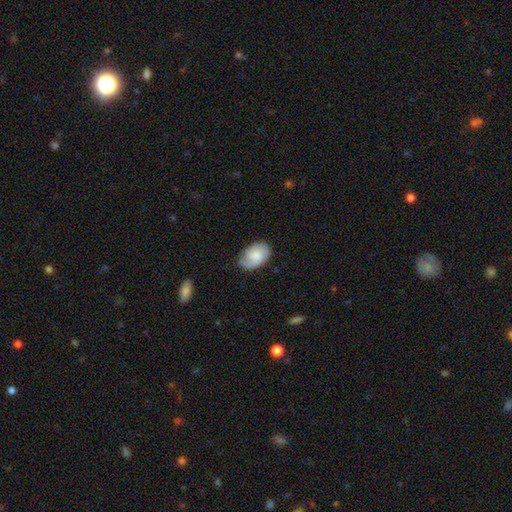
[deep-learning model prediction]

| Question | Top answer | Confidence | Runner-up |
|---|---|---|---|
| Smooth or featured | featured or disk | 55% | smooth (38%) |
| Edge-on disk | no | 97% | yes (3%) |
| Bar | no | 67% | weak (29%) |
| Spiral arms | yes | 90% | no (10%) |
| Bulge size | none | 31% | moderate (25%) |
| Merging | none | 67% | minor disturbance (23%) |